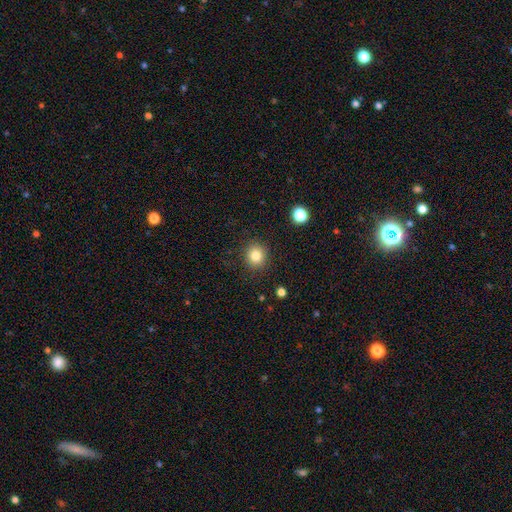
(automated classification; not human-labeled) This appears to be a smooth galaxy with no disk features (83%) that is round (86%). Merging: none (89%).